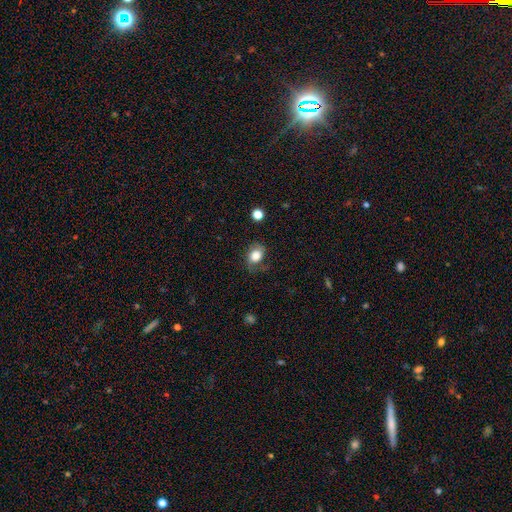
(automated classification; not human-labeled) smooth_or_featured: smooth (p=0.72) [alt: featured or disk p=0.19]
how_rounded: in between (p=0.58) [alt: round p=0.40]
merging: none (p=0.55) [alt: minor disturbance p=0.26]